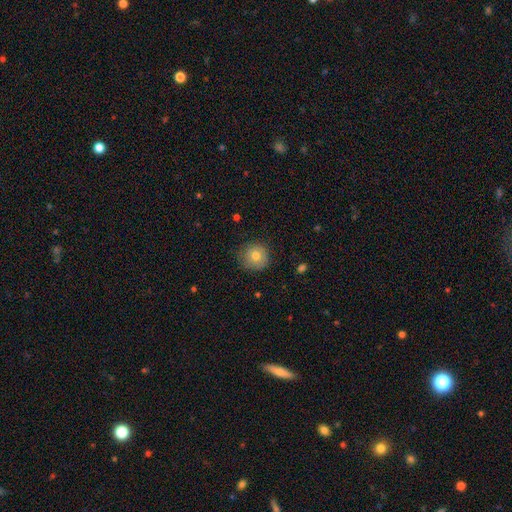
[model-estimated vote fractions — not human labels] smooth 75%, featured or disk 16%, star or artifact 9%. Down the decision tree: how rounded — round (93%); merging — none (80%).